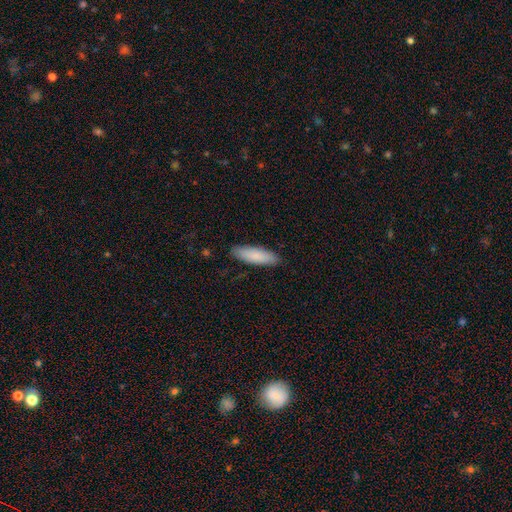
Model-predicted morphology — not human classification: smooth_or_featured: smooth (p=0.86) [alt: featured or disk p=0.09]
how_rounded: cigar-shaped (p=0.54) [alt: in between p=0.44]
merging: none (p=0.88) [alt: minor disturbance p=0.10]